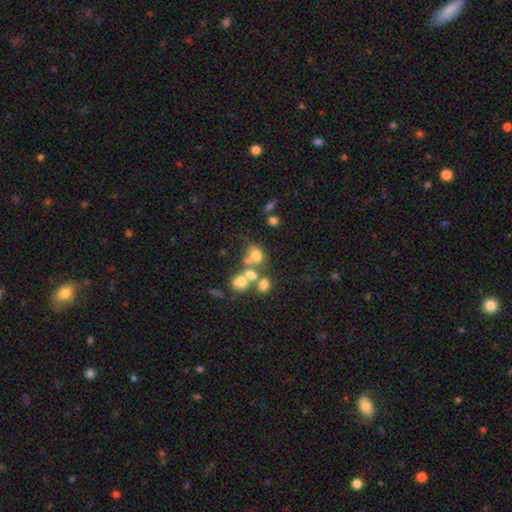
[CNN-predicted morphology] smooth_or_featured: smooth (p=0.64) [alt: featured or disk p=0.19]
how_rounded: round (p=0.56) [alt: in between p=0.42]
merging: merger (p=0.42) [alt: none p=0.39]